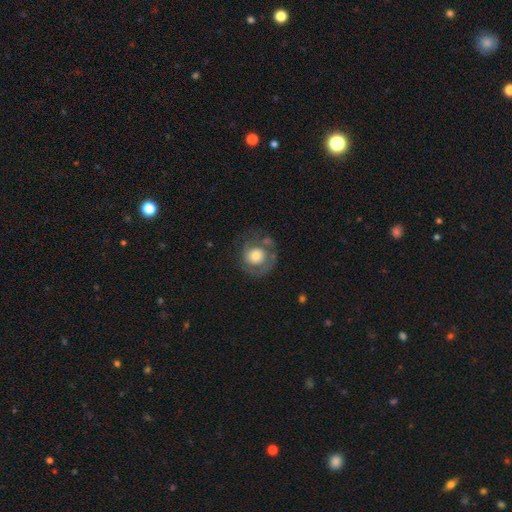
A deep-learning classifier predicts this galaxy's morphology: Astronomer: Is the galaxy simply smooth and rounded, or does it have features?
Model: smooth — 48% (runner-up: featured or disk, 45%).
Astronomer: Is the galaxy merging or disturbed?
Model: none — 52%.